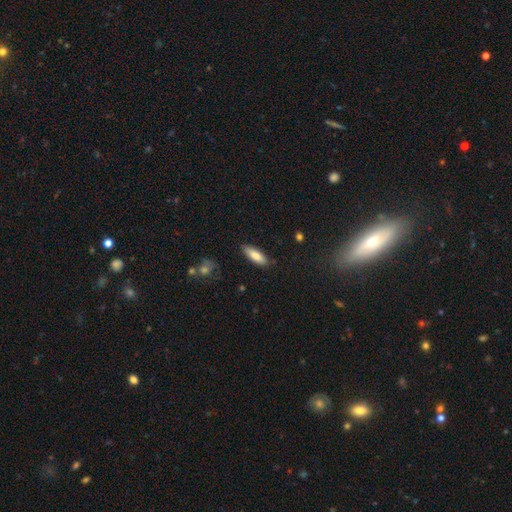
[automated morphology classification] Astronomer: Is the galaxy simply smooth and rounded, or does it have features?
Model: smooth — 80%.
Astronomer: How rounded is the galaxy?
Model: in between — 58% (runner-up: cigar-shaped, 41%).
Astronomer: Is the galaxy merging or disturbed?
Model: none — 85%.